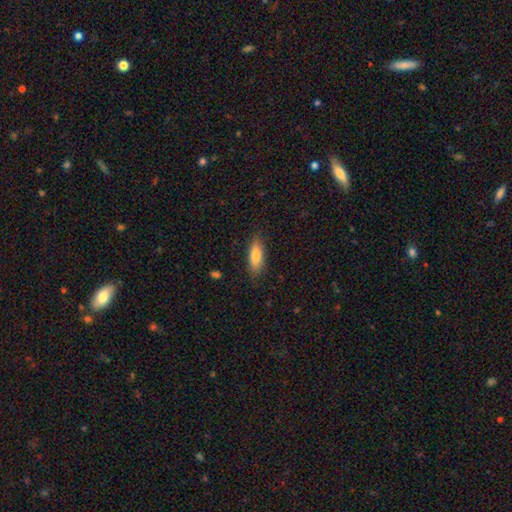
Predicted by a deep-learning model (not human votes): Smooth or featured?
  - smooth: 78% *
  - featured or disk: 15%
  - star or artifact: 7%
How rounded?
  - in between: 66% *
  - cigar-shaped: 32%
  - round: 2%
Merging?
  - none: 82% *
  - minor disturbance: 13%
  - major disturbance: 3%
  - merger: 1%